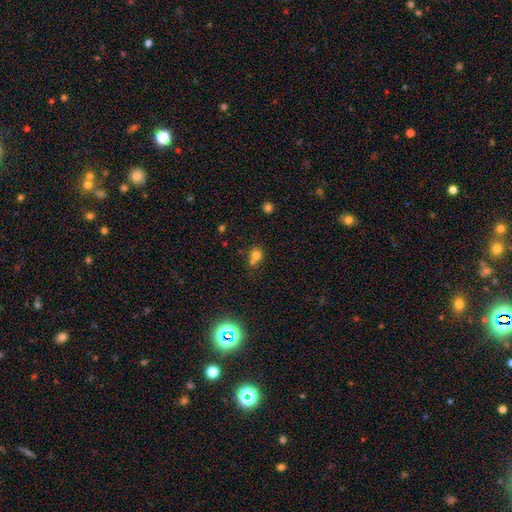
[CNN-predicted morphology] smooth-or-featured: smooth: 73% | star or artifact: 16% | featured or disk: 11%
  how-rounded: round: 77% | in between: 22% | cigar-shaped: 1%
  merging: merger: 43% | none: 42% | minor disturbance: 11% | major disturbance: 4%